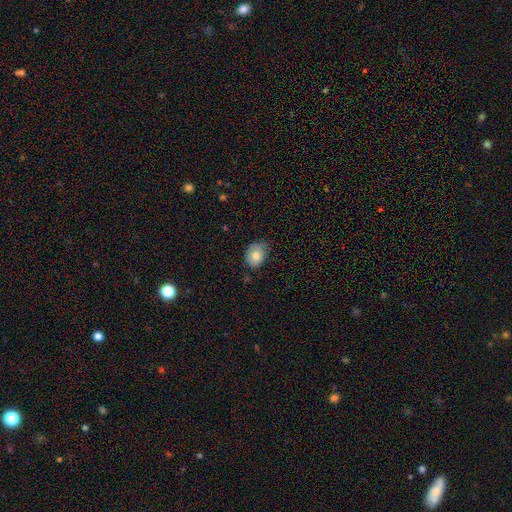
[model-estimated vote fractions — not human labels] Overall: smooth (77%). How rounded: in between (63%; round 36%). Merging: none (57%; minor disturbance 35%).